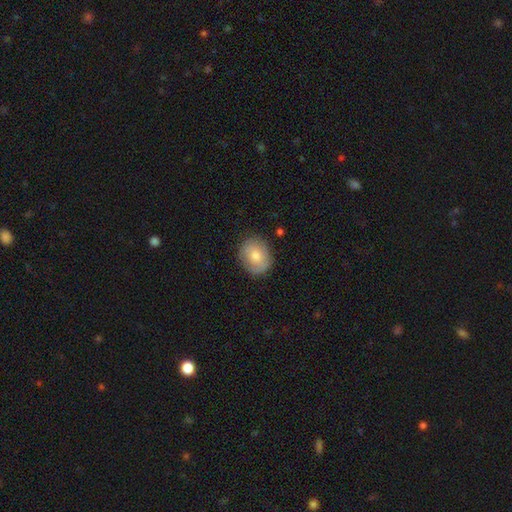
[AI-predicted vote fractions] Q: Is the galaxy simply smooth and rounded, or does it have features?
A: smooth — 67%.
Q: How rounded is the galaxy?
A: round — 53%.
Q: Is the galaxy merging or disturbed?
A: none — 81%.